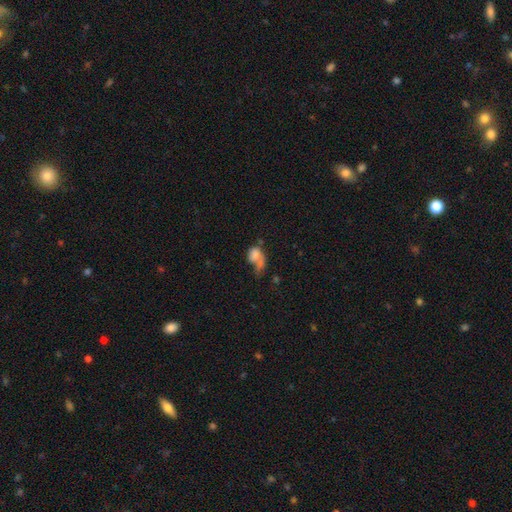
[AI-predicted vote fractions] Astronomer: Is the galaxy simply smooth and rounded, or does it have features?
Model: smooth — 63%.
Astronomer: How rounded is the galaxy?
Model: in between — 68%.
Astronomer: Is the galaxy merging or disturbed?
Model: major disturbance — 38% (runner-up: merger, 29%).